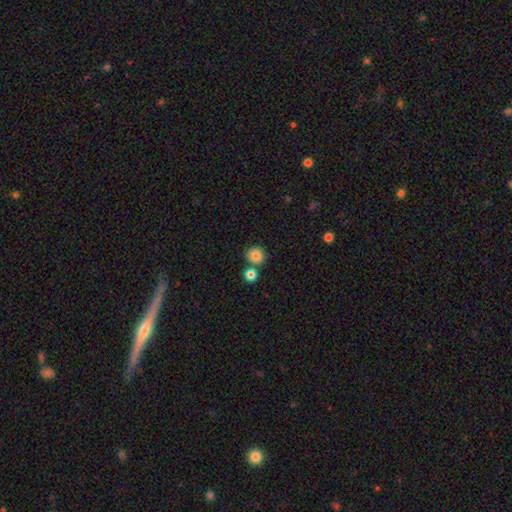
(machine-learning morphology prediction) smooth_or_featured: smooth (p=0.82) [alt: star or artifact p=0.10]
how_rounded: round (p=0.90) [alt: in between p=0.09]
merging: none (p=0.72) [alt: merger p=0.18]